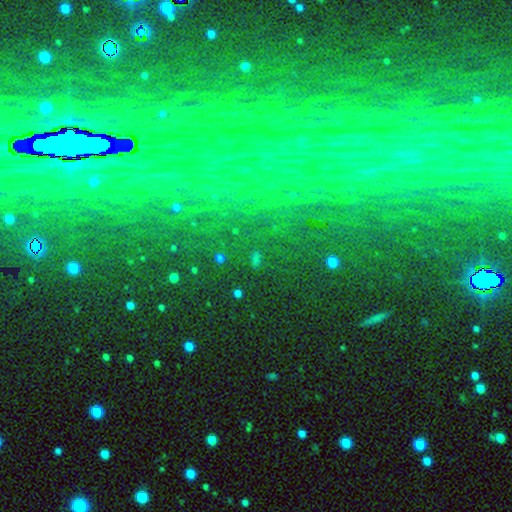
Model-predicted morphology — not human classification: Smooth or featured? Predicted: star or artifact (p=0.74).